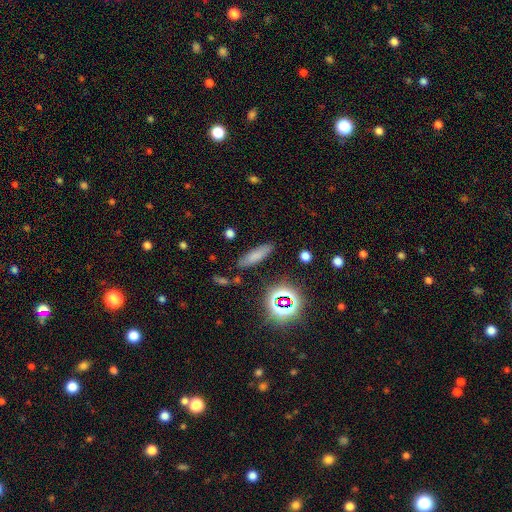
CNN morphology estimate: smooth_or_featured: smooth (p=0.72) [alt: star or artifact p=0.16]
how_rounded: cigar-shaped (p=0.63) [alt: in between p=0.34]
merging: none (p=0.84) [alt: minor disturbance p=0.10]